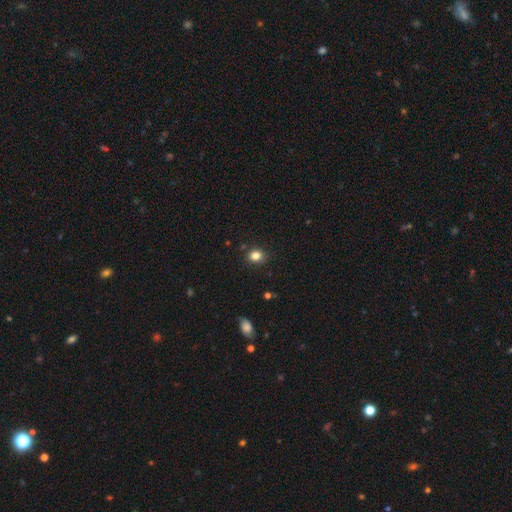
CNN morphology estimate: smooth-or-featured: smooth: 83% | star or artifact: 12% | featured or disk: 5%
  how-rounded: round: 65% | in between: 34% | cigar-shaped: 1%
  merging: none: 85% | minor disturbance: 10% | major disturbance: 2% | merger: 2%